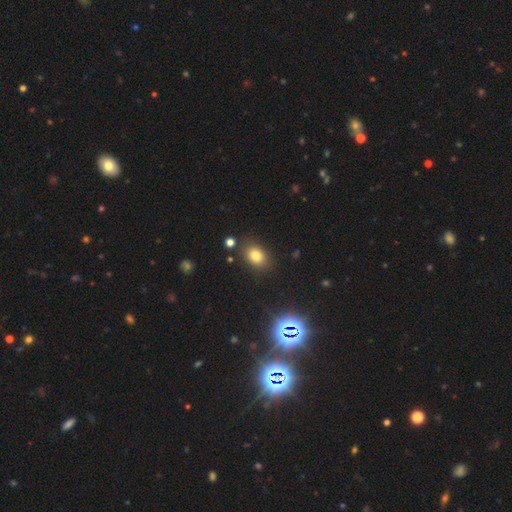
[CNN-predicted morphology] smooth-or-featured: smooth: 79% | star or artifact: 14% | featured or disk: 7%
  how-rounded: in between: 63% | round: 35% | cigar-shaped: 1%
  merging: none: 83% | minor disturbance: 11% | major disturbance: 3% | merger: 3%